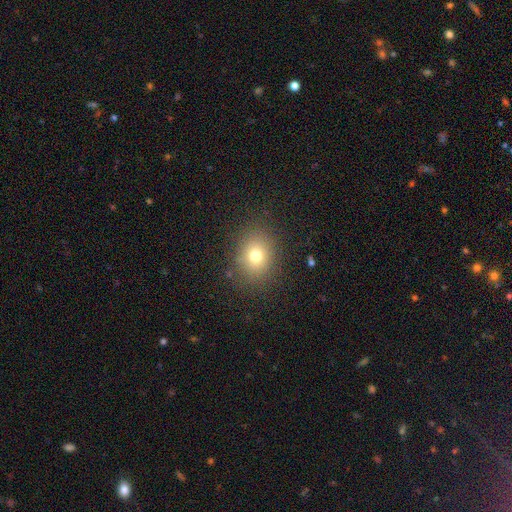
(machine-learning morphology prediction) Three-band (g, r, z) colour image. It shows a smooth galaxy with no disk features (73%) that is round (62%). Merging: none (84%).